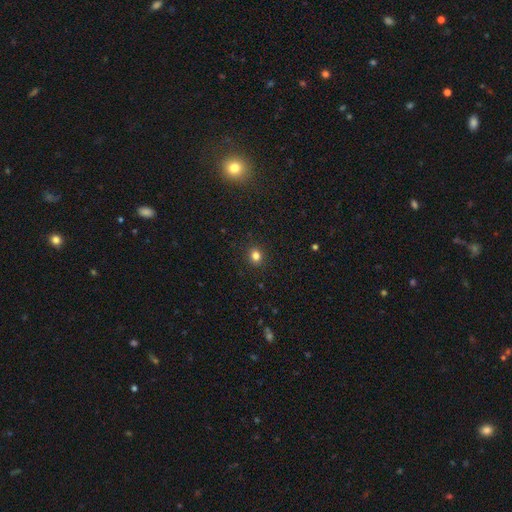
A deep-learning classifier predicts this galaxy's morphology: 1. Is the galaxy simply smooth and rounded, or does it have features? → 82% smooth, 13% star or artifact, 5% featured or disk.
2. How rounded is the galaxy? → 73% round, 26% in between, 1% cigar-shaped.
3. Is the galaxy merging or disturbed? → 91% none, 6% minor disturbance, 2% major disturbance, 1% merger.